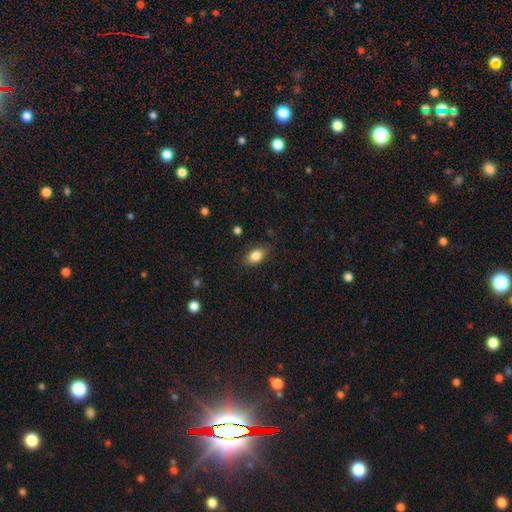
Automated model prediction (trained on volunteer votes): Smooth or featured? smooth (84%)
How rounded? in between (86%)
Merging? none (83%)